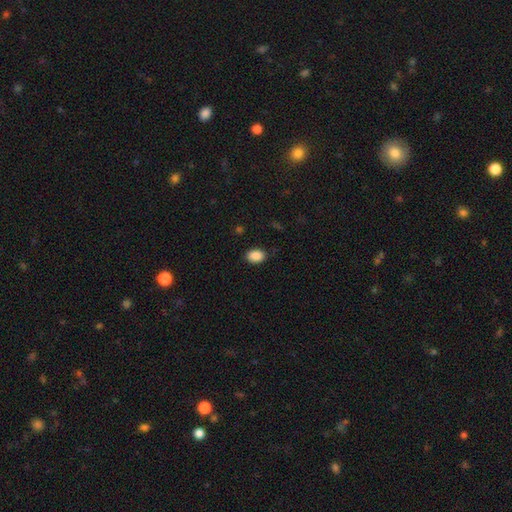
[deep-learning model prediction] A smooth galaxy with no disk features (89%) that is in between round and cigar-shaped (80%). Merging: none (85%).